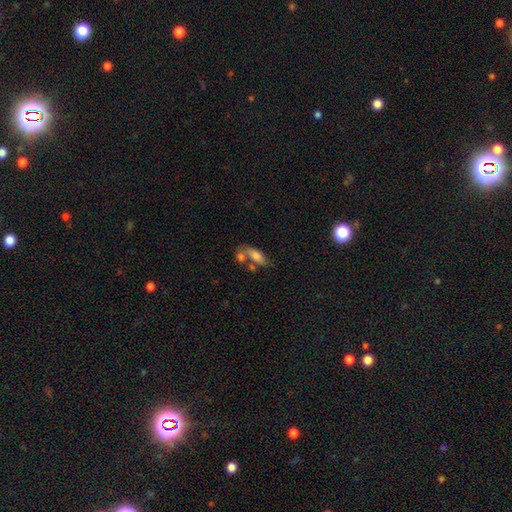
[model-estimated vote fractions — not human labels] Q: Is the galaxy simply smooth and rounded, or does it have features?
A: smooth — 68%.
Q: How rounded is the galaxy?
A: in between — 79%.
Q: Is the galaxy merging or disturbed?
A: merger — 39%.